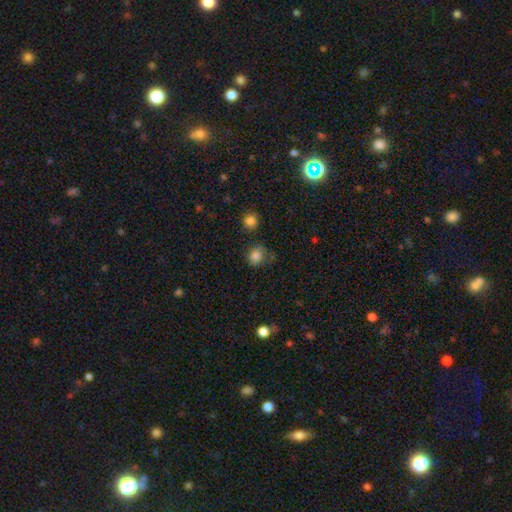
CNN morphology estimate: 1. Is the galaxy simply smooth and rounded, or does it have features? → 83% smooth, 12% star or artifact, 5% featured or disk.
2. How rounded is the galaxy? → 76% round, 23% in between, 1% cigar-shaped.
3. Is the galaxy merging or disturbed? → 67% none, 21% minor disturbance, 7% major disturbance, 5% merger.